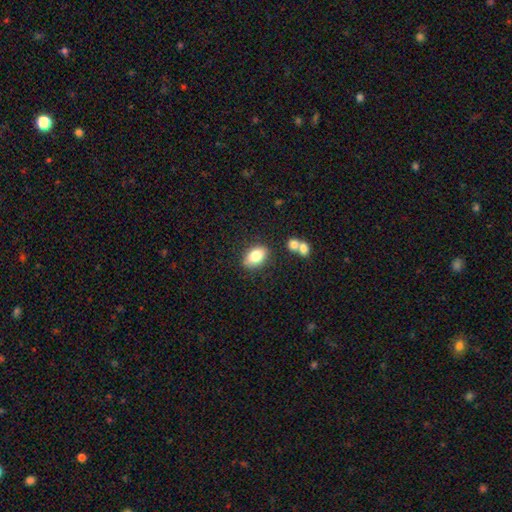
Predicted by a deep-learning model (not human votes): A smooth galaxy with no disk features (80%) that is in between round and cigar-shaped (85%).

Vote fractions:
- Smooth or featured? smooth: 80% / featured or disk: 11% / star or artifact: 8%
- How rounded? in between: 85% / round: 13% / cigar-shaped: 2%
- Merging? none: 78% / minor disturbance: 12% / merger: 7% / major disturbance: 3%